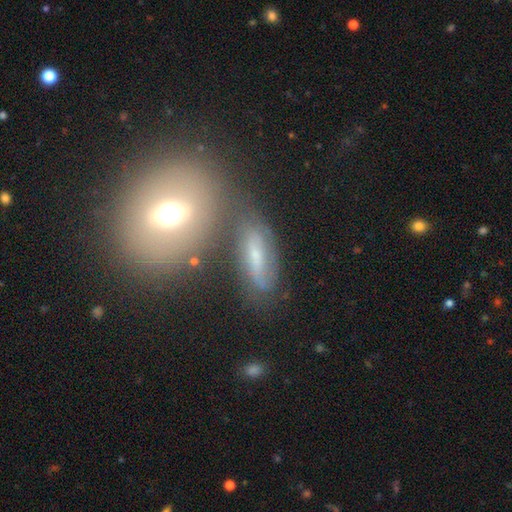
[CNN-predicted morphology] smooth-or-featured: featured or disk: 52% | smooth: 35% | star or artifact: 13%
  disk-edge-on: no: 78% | yes: 22%
  merging: none: 60% | minor disturbance: 17% | merger: 15% | major disturbance: 8%